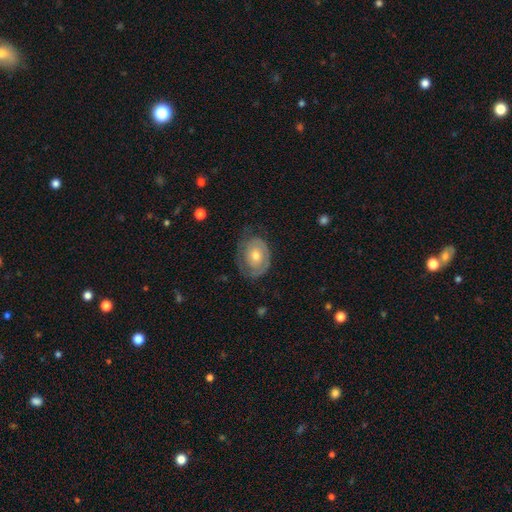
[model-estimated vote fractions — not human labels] This is possibly a featured or disk galaxy (60%). It is clearly not viewed edge-on (96%). Bar: clearly no (84%). Spiral arm pattern: likely yes (66%). Central bulge: possibly moderate (59%). Merging: likely none (62%).